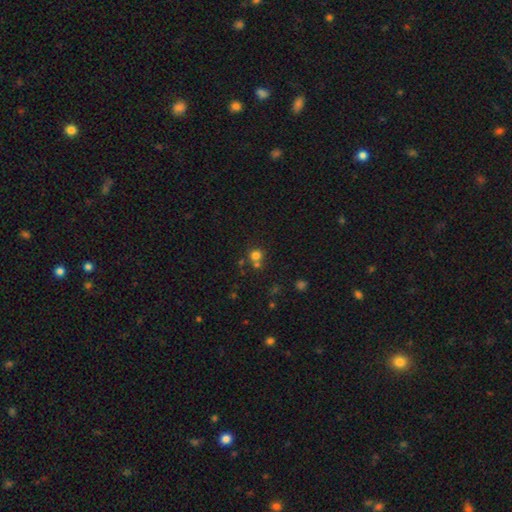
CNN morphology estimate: Smooth or featured: smooth — 75% (star or artifact — 17%)
How rounded: round — 88% (in between — 11%)
Merging: none — 58% (merger — 31%)